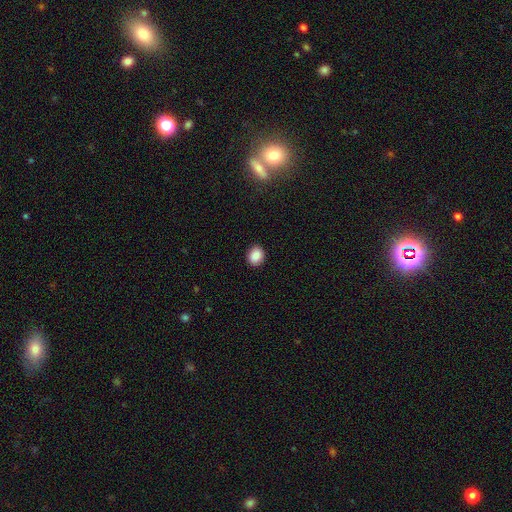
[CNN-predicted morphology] Smooth or featured?
  - smooth: 88% *
  - star or artifact: 9%
  - featured or disk: 3%
How rounded?
  - round: 54% *
  - in between: 45%
  - cigar-shaped: 1%
Merging?
  - none: 90% *
  - minor disturbance: 7%
  - major disturbance: 2%
  - merger: 1%